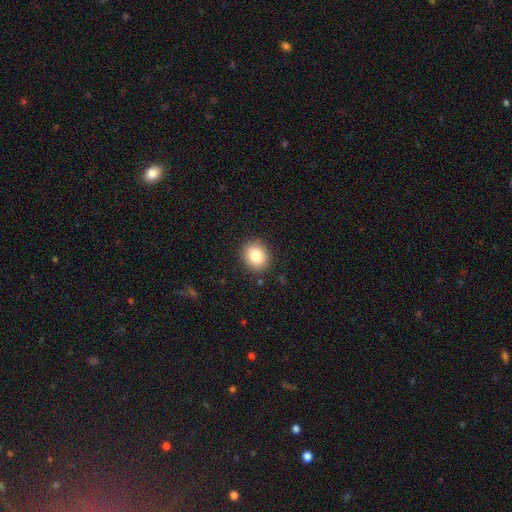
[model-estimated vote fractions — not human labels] Smooth or featured: smooth — 82% (star or artifact — 10%)
How rounded: round — 73% (in between — 26%)
Merging: none — 89% (minor disturbance — 8%)